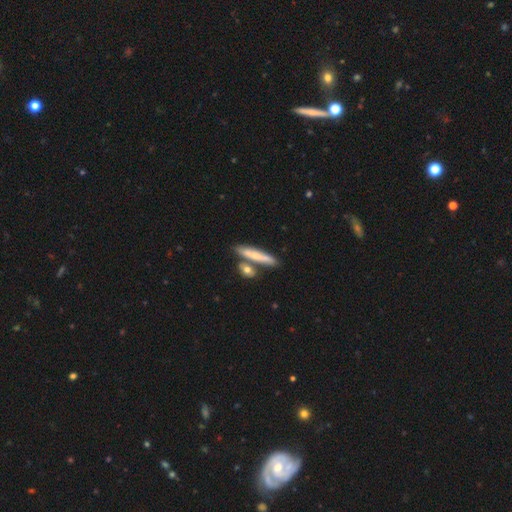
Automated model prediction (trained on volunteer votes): This appears to be a smooth galaxy with no disk features (65%) that is cigar-shaped (81%). Merging: none (62%).